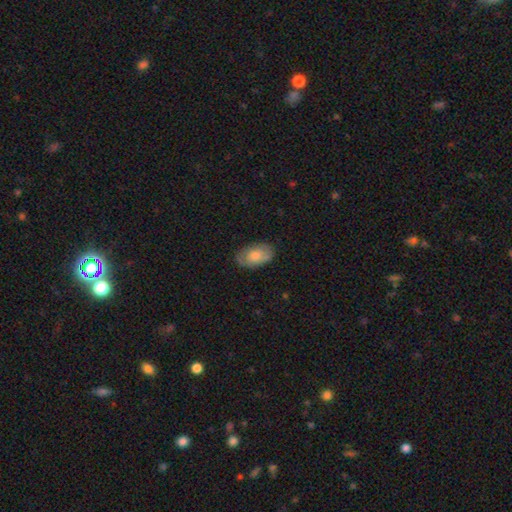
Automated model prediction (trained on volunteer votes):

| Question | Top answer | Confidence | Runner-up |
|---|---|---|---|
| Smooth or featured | smooth | 67% | featured or disk (27%) |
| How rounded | in between | 92% | round (6%) |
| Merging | none | 77% | minor disturbance (17%) |